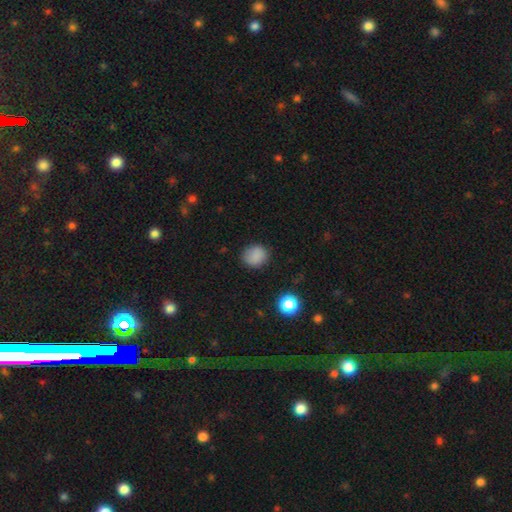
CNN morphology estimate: smooth-or-featured: smooth: 85% | star or artifact: 10% | featured or disk: 5%
  how-rounded: round: 81% | in between: 18% | cigar-shaped: 1%
  merging: none: 84% | minor disturbance: 11% | major disturbance: 3% | merger: 1%